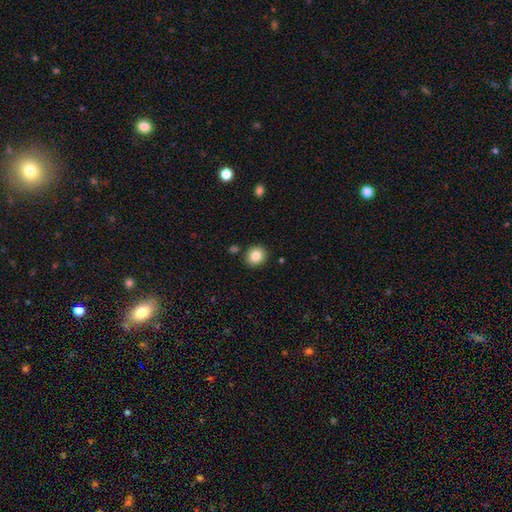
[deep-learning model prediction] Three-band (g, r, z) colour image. It shows a smooth galaxy with no disk features (84%) that is round (82%). Merging: none (88%).